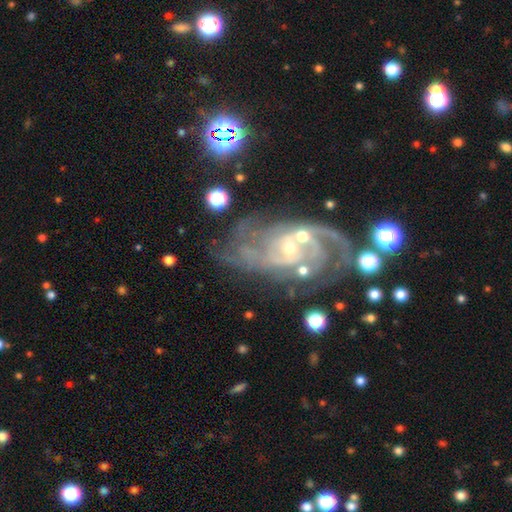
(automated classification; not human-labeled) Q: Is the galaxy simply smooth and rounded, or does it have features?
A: featured or disk — 85%.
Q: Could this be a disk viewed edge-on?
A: no — 96%.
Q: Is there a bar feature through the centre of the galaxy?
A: no — 56%.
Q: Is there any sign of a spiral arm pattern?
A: yes — 97%.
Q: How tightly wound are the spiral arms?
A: tight — 45%.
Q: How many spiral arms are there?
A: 2 — 30%.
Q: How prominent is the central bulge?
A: small — 72%.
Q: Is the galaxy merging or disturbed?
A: none — 60%.